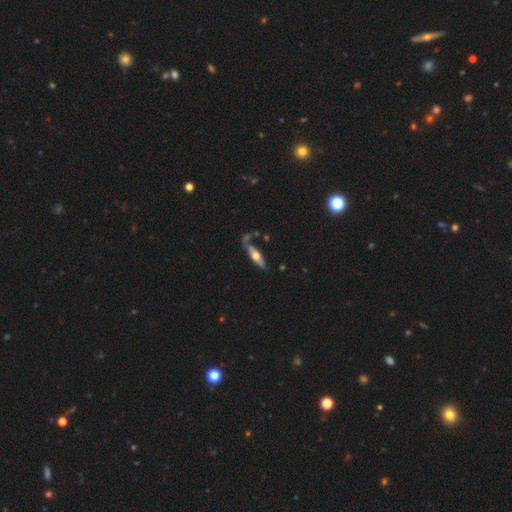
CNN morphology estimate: Smooth or featured? featured or disk (57%)
Edge-on disk? yes (84%)
Merging? none (63%)